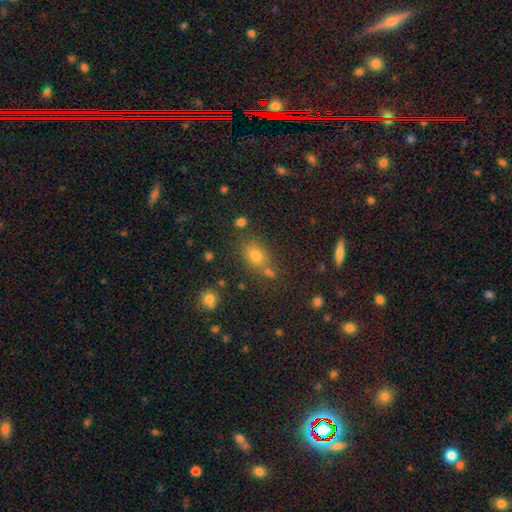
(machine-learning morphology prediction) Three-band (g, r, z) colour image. It shows a smooth galaxy with no disk features (69%) that is in between round and cigar-shaped (59%). Merging: none (69%).